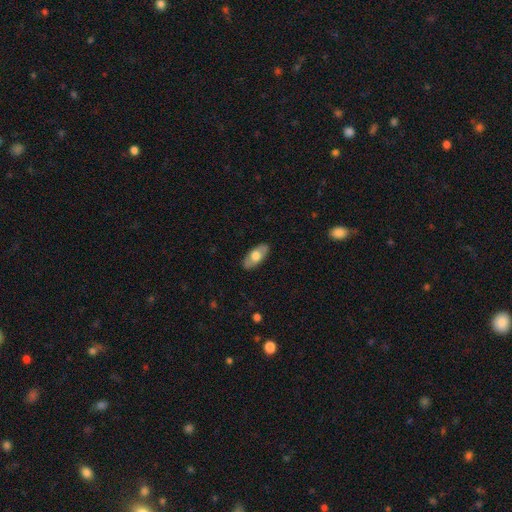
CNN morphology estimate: The model was most divided on "smooth or featured": smooth: 65%, featured or disk: 30%, star or artifact: 5%. More confident: merging — none (87%); how rounded — in between (86%).